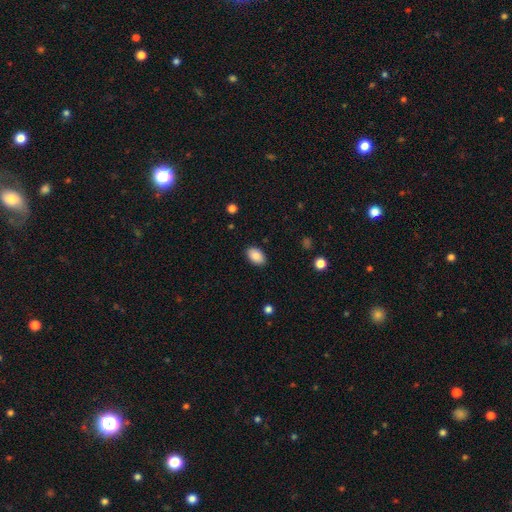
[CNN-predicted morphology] Smooth or featured?
  - smooth: 90% *
  - star or artifact: 7%
  - featured or disk: 3%
How rounded?
  - in between: 91% *
  - round: 7%
  - cigar-shaped: 1%
Merging?
  - none: 88% *
  - minor disturbance: 9%
  - major disturbance: 2%
  - merger: 1%